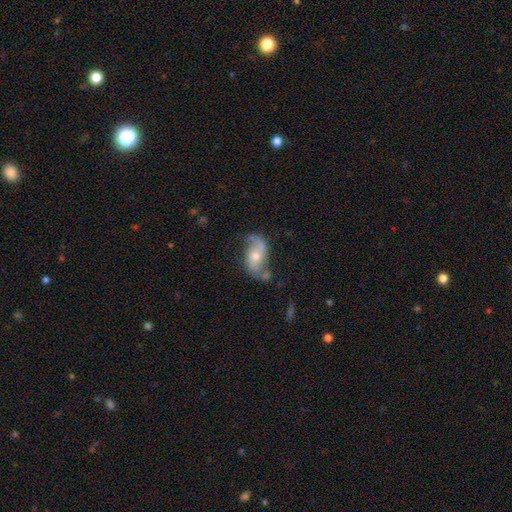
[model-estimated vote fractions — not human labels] featured or disk 77%, smooth 17%, star or artifact 6%. Down the decision tree: edge-on disk — no (96%); bar — no (61%); spiral arms — yes (91%); spiral arm count — 2 (89%); spiral winding — loose (60%); bulge size — moderate (60%); merging — none (58%).